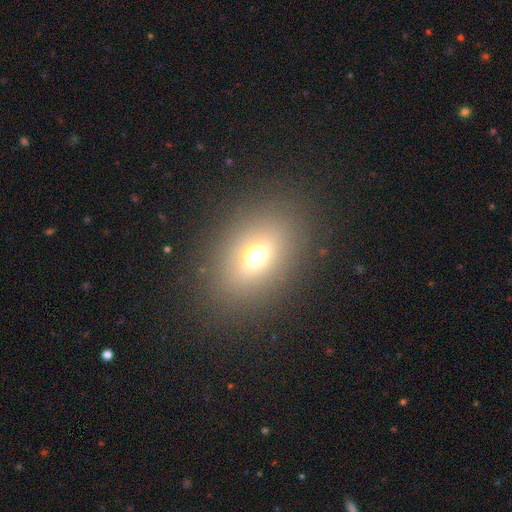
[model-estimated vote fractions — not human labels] This appears to be a smooth galaxy with no disk features (64%) that is in between round and cigar-shaped (71%). Merging: none (84%).